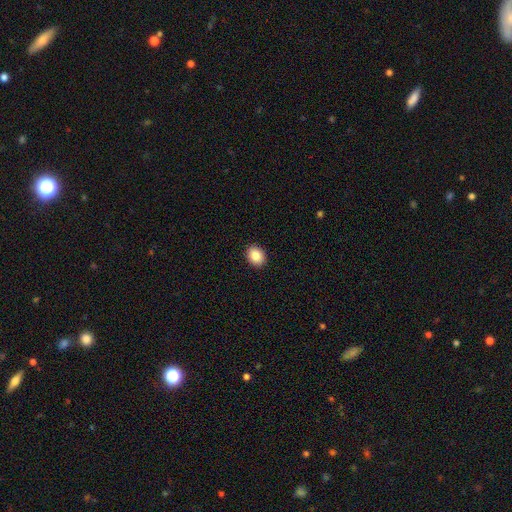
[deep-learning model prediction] A smooth galaxy with no disk features (86%) that is in between round and cigar-shaped (53%).

Vote fractions:
- Smooth or featured? smooth: 86% / star or artifact: 9% / featured or disk: 6%
- How rounded? in between: 53% / round: 46% / cigar-shaped: 1%
- Merging? none: 91% / minor disturbance: 6% / major disturbance: 2% / merger: 1%